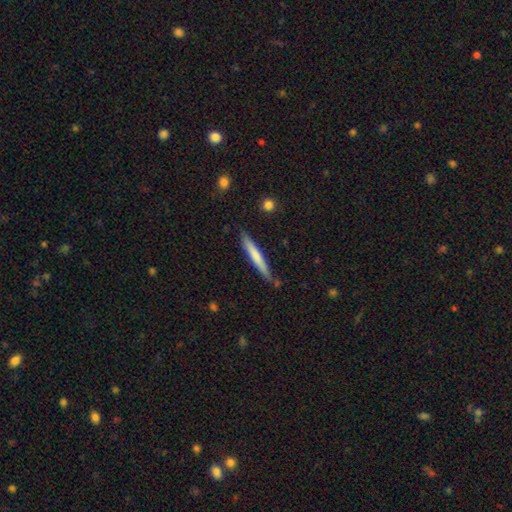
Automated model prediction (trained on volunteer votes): Overall: smooth (63%; featured or disk 32%). How rounded: cigar-shaped (95%). Merging: none (77%).